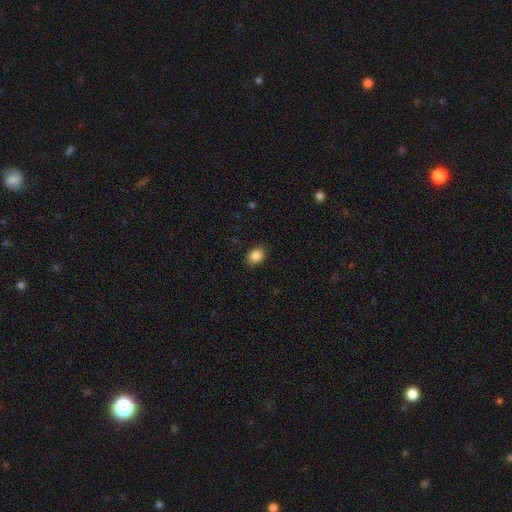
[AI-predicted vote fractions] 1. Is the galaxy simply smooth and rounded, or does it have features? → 87% smooth, 9% star or artifact, 4% featured or disk.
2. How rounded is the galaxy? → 68% in between, 31% round, 1% cigar-shaped.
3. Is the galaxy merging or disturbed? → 87% none, 10% minor disturbance, 2% major disturbance, 1% merger.